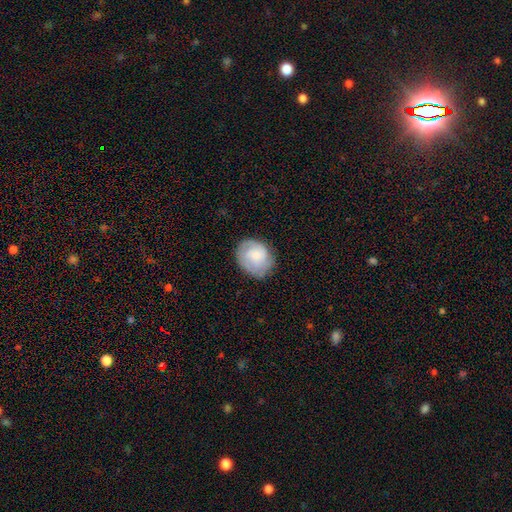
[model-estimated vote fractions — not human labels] Q: Smooth or featured?
A: smooth (59%); runner-up: featured or disk (34%)
Q: How rounded?
A: round (58%); runner-up: in between (42%)
Q: Merging?
A: none (73%); runner-up: minor disturbance (20%)